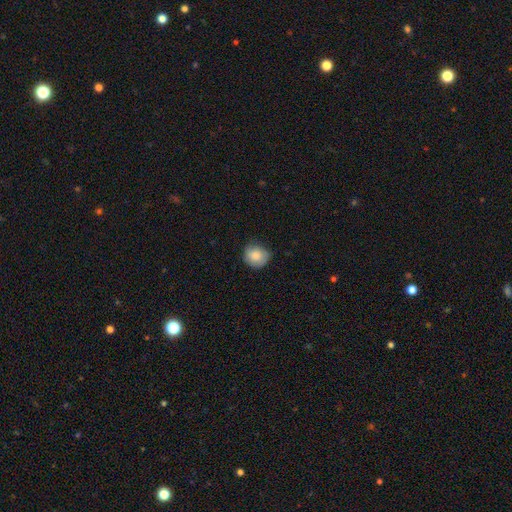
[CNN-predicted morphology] type=smooth (81%); roundness=round (84%); merging=none (71%).